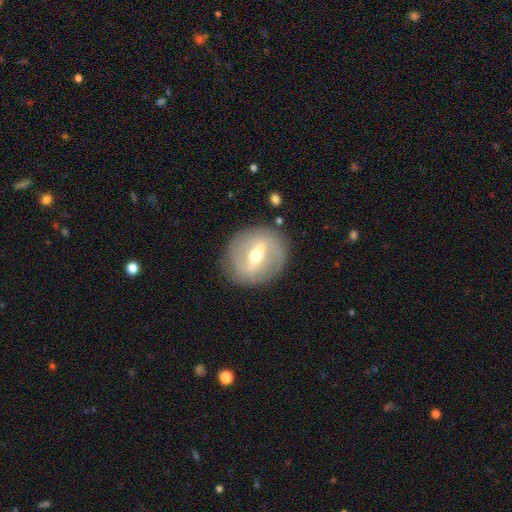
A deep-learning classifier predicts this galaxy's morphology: smooth-or-featured: featured or disk: 72% | smooth: 20% | star or artifact: 7%
  disk-edge-on: no: 91% | yes: 9%
    bar: strong: 54% | weak: 36% | no: 10%
    has-spiral-arms: yes: 55% | no: 45%
    bulge-size: moderate: 66% | small: 27% | large: 5% | dominant: 1% | none: 1%
  merging: none: 83% | minor disturbance: 11% | major disturbance: 4% | merger: 2%